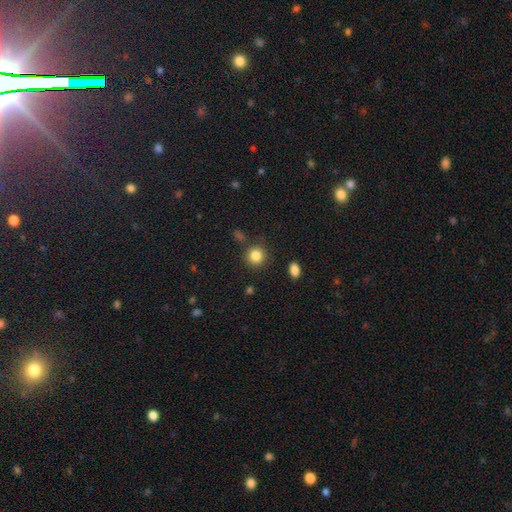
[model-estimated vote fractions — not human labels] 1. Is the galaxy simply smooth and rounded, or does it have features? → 85% smooth, 10% star or artifact, 5% featured or disk.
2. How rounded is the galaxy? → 89% round, 10% in between, 1% cigar-shaped.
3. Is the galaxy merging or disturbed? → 84% none, 8% minor disturbance, 4% merger, 3% major disturbance.